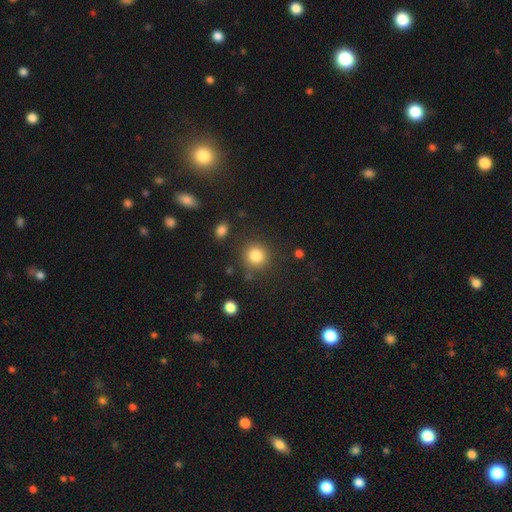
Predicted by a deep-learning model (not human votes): This is clearly a smooth galaxy (84%). How rounded: clearly round (91%). Merging: clearly none (84%).